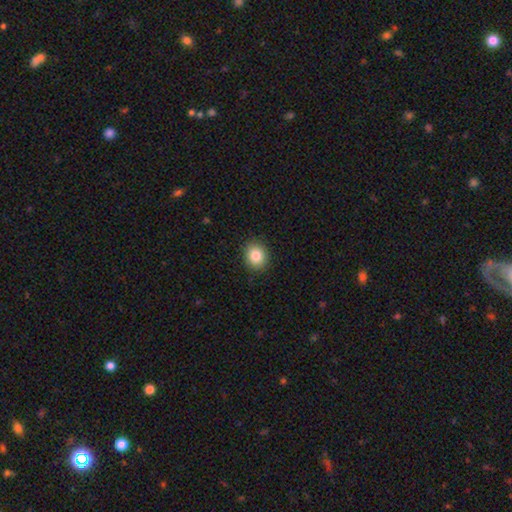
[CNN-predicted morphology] A smooth galaxy with no disk features (83%) that is round (72%).

Vote fractions:
- Smooth or featured? smooth: 83% / star or artifact: 10% / featured or disk: 7%
- How rounded? round: 72% / in between: 28% / cigar-shaped: 1%
- Merging? none: 90% / minor disturbance: 7% / major disturbance: 2% / merger: 1%